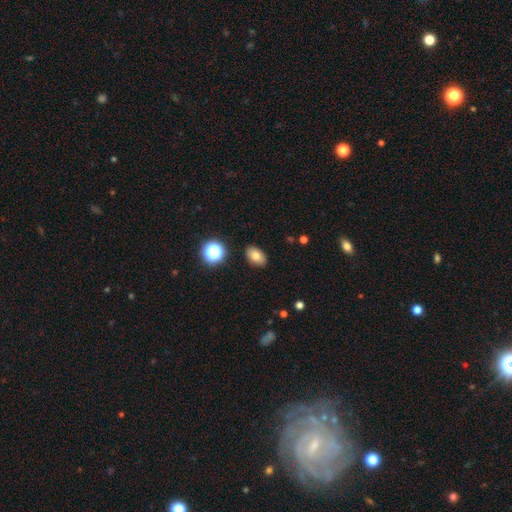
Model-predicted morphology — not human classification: smooth 78%, star or artifact 12%, featured or disk 11%. Down the decision tree: how rounded — in between (86%); merging — none (88%).